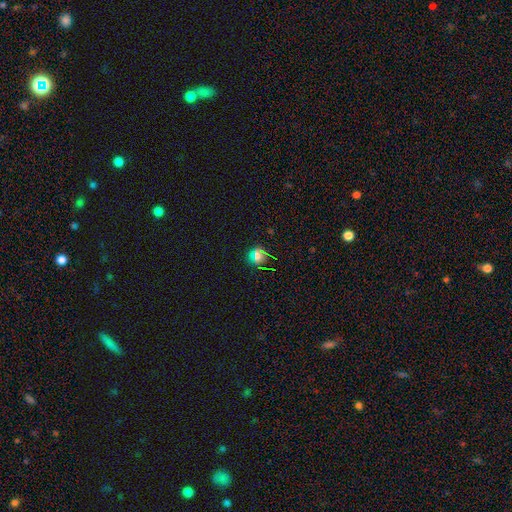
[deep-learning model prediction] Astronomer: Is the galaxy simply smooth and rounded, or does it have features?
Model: smooth — 52% (runner-up: star or artifact, 38%).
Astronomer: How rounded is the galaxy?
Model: round — 88%.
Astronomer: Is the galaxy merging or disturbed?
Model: none — 84%.